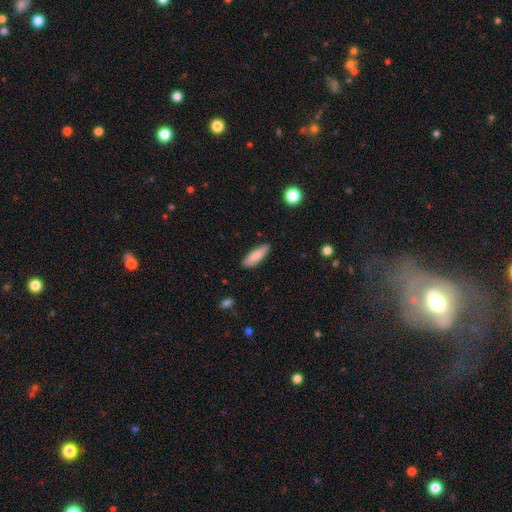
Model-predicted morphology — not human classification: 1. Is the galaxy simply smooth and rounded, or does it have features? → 85% smooth, 9% featured or disk, 6% star or artifact.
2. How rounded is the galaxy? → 49% cigar-shaped (tied), 49% in between (tied), 2% round.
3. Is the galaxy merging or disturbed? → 86% none, 11% minor disturbance, 2% major disturbance, 1% merger.